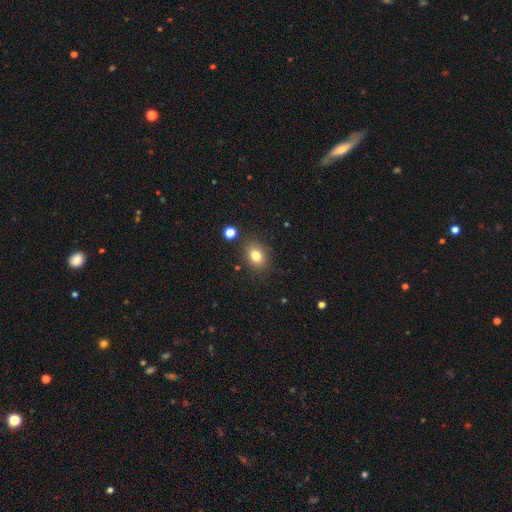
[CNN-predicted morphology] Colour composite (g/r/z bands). It shows a smooth galaxy with no disk features (80%) that is in between round and cigar-shaped (64%). Merging: none (81%).